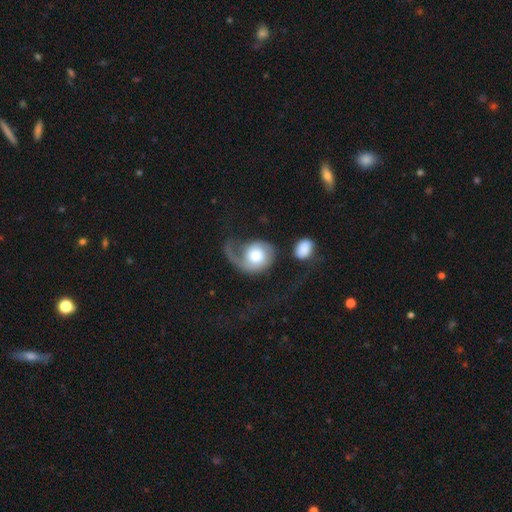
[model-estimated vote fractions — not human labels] smooth-or-featured: featured or disk: 65% | smooth: 29% | star or artifact: 6%
  disk-edge-on: no: 98% | yes: 2%
    bar: no: 78% | weak: 18% | strong: 3%
    has-spiral-arms: yes: 88% | no: 12%
      spiral-winding: loose: 60% | medium: 26% | tight: 14%
      spiral-arm-count: 1: 80% | 2: 14% | can't tell: 3% | 3: 1% | 4: 1% | more than 4: 1%
    bulge-size: moderate: 51% | large: 33% | small: 7% | dominant: 7% | none: 2%
  merging: major disturbance: 48% | none: 30% | minor disturbance: 16% | merger: 7%